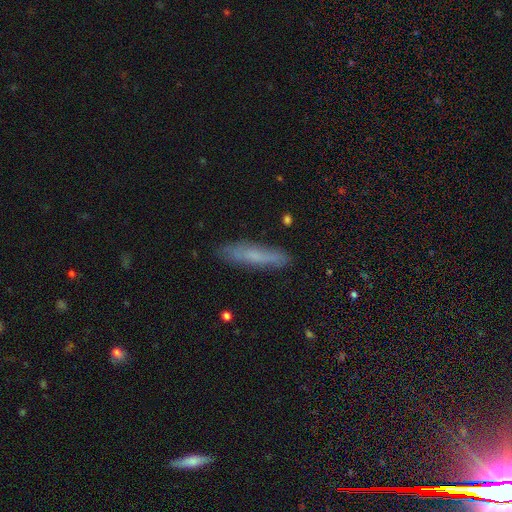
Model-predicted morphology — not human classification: Q: Smooth or featured?
A: smooth (62%); runner-up: featured or disk (29%)
Q: How rounded?
A: cigar-shaped (87%); runner-up: in between (11%)
Q: Merging?
A: none (85%); runner-up: minor disturbance (12%)